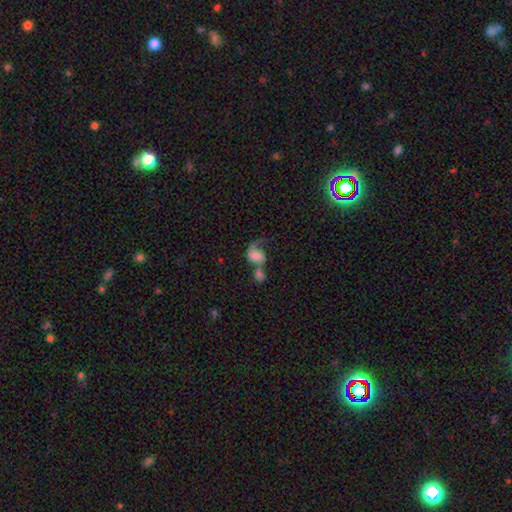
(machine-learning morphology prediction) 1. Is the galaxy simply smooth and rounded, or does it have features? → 45% featured or disk (tied), 45% smooth (tied), 10% star or artifact.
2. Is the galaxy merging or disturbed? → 58% merger, 19% major disturbance, 14% none, 9% minor disturbance.